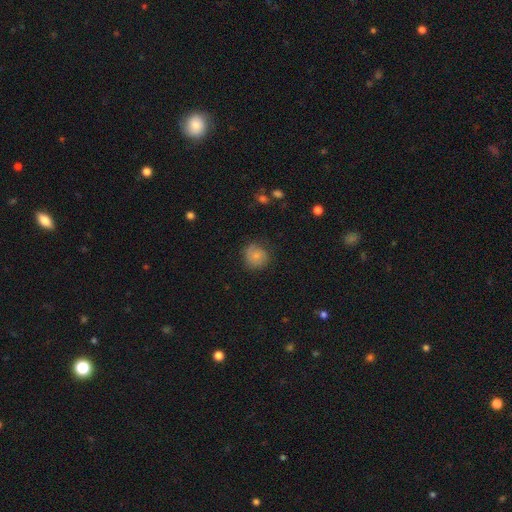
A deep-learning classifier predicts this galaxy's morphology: smooth_or_featured: smooth (p=0.77) [alt: featured or disk p=0.14]
how_rounded: round (p=0.86) [alt: in between p=0.13]
merging: none (p=0.72) [alt: minor disturbance p=0.21]